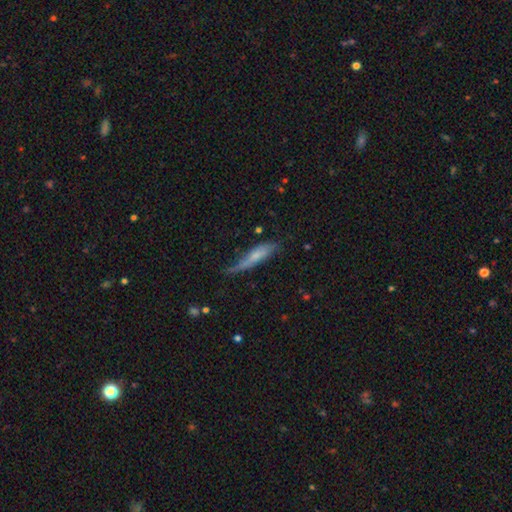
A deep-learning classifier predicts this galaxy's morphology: Smooth or featured: smooth — 57% (featured or disk — 36%)
How rounded: cigar-shaped — 80% (in between — 18%)
Merging: none — 43% (minor disturbance — 36%)